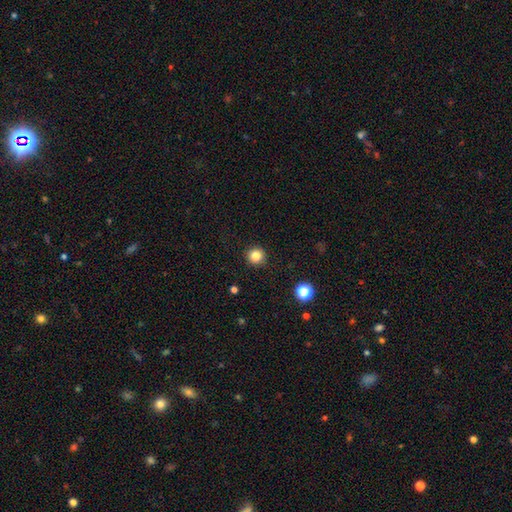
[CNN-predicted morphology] smooth 84%, star or artifact 12%, featured or disk 5%. Down the decision tree: how rounded — round (95%); merging — none (92%).